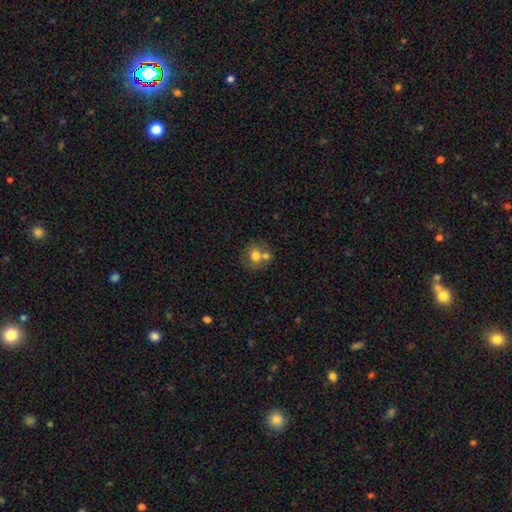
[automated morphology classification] Smooth or featured? smooth (70%)
How rounded? round (77%)
Merging? none (46%)